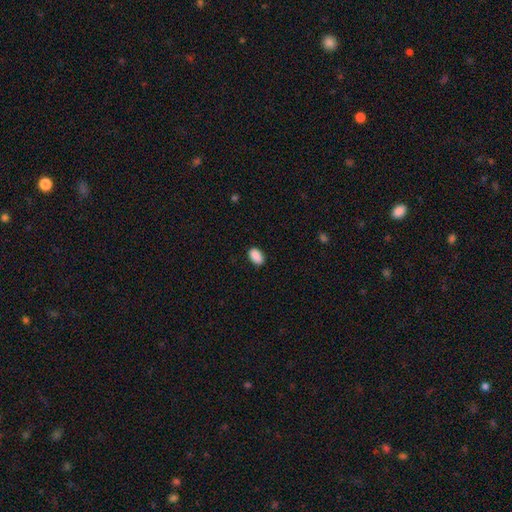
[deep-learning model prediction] The model was most divided on "merging": none: 86%, minor disturbance: 11%, major disturbance: 2%, merger: 1%. More confident: how rounded — in between (91%); smooth or featured — smooth (90%).